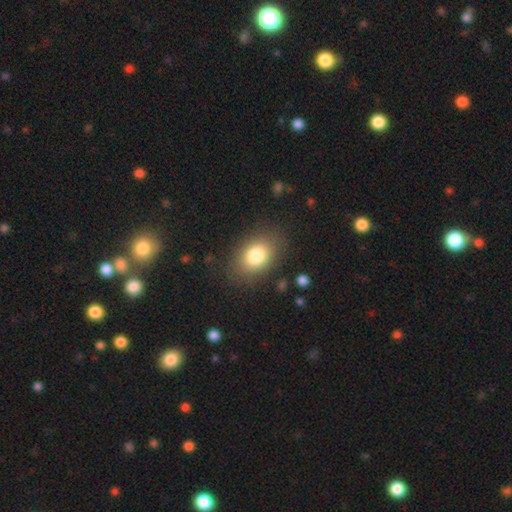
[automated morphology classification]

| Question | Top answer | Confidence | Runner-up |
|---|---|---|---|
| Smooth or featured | smooth | 81% | featured or disk (10%) |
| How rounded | in between | 77% | round (22%) |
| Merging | none | 81% | minor disturbance (12%) |